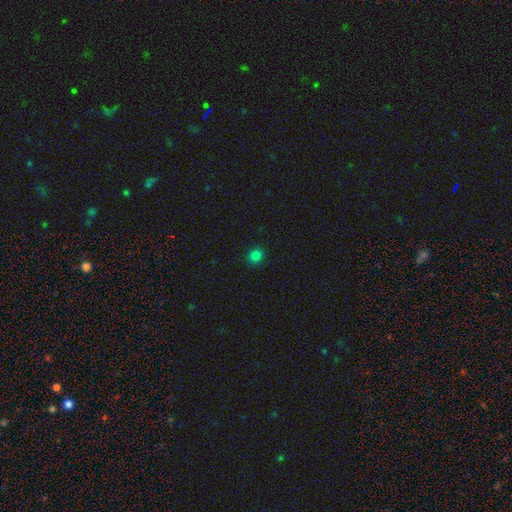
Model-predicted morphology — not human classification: smooth-or-featured: smooth: 81% | star or artifact: 16% | featured or disk: 3%
  how-rounded: round: 83% | in between: 16% | cigar-shaped: 1%
  merging: none: 91% | minor disturbance: 6% | major disturbance: 2% | merger: 1%